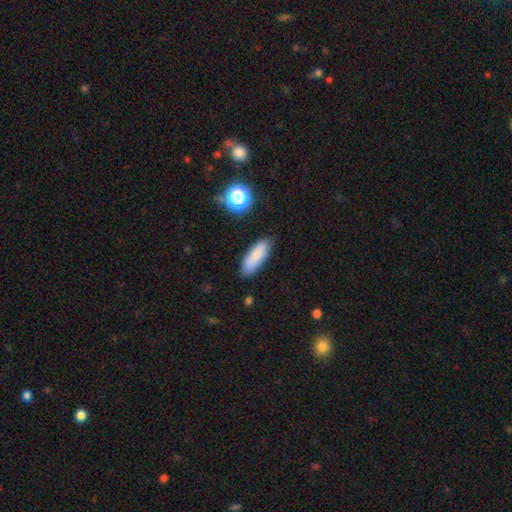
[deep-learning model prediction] Smooth or featured: smooth — 84% (star or artifact — 8%)
How rounded: in between — 63% (cigar-shaped — 34%)
Merging: none — 83% (minor disturbance — 12%)